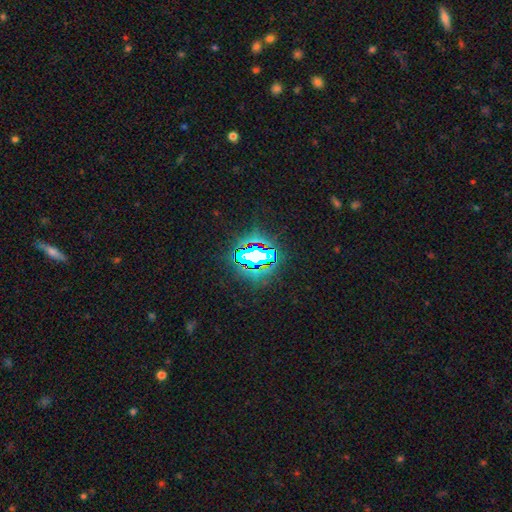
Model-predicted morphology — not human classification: Smooth or featured? Predicted: star or artifact (p=0.73).